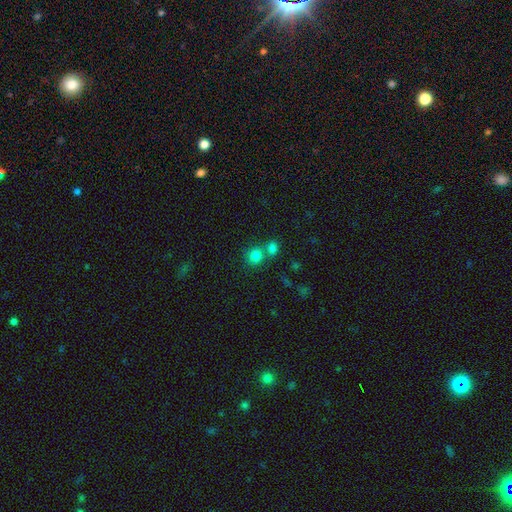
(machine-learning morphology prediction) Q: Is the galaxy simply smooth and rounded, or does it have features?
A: smooth — 80%.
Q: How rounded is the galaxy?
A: round — 81%.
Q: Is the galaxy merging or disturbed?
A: none — 54%.